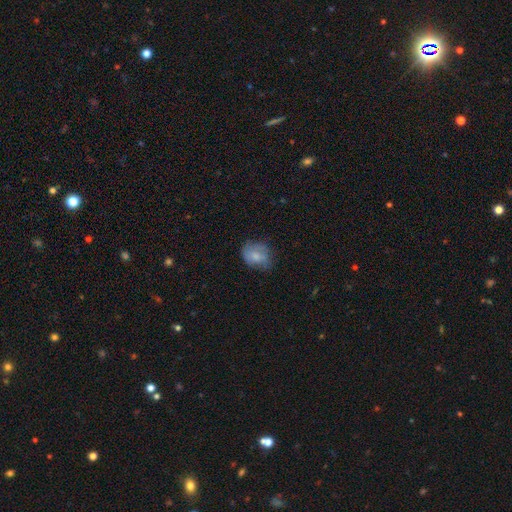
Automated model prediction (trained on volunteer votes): The model was most divided on "how rounded": in between: 51%, round: 48%, cigar-shaped: 1%. More confident: smooth or featured — smooth (72%); merging — none (61%).